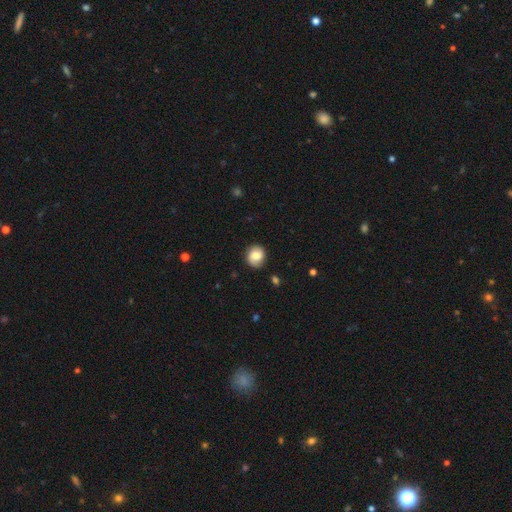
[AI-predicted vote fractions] smooth_or_featured: smooth (p=0.71) [alt: featured or disk p=0.21]
how_rounded: round (p=0.78) [alt: in between p=0.21]
merging: none (p=0.80) [alt: minor disturbance p=0.15]